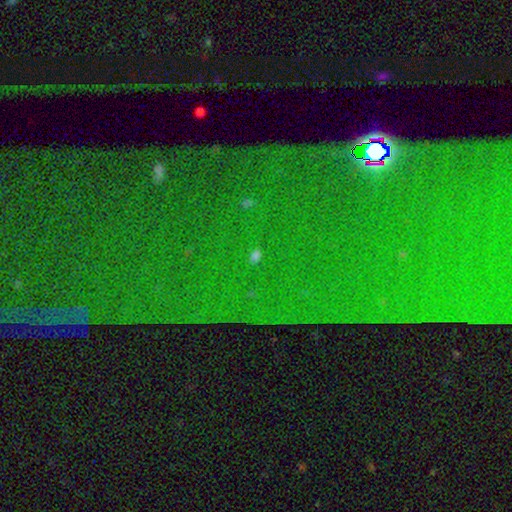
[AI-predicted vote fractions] Smooth or featured?
  - star or artifact: 47% *
  - smooth: 44%
  - featured or disk: 9%